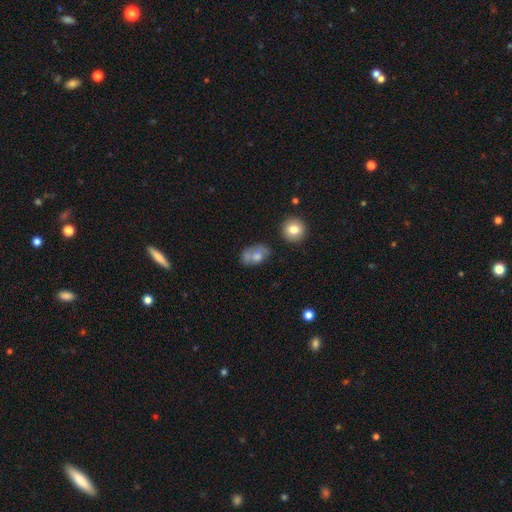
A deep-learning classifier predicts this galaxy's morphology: smooth_or_featured: smooth (p=0.60) [alt: featured or disk p=0.30]
how_rounded: in between (p=0.76) [alt: round p=0.22]
merging: none (p=0.43) [alt: merger p=0.22]